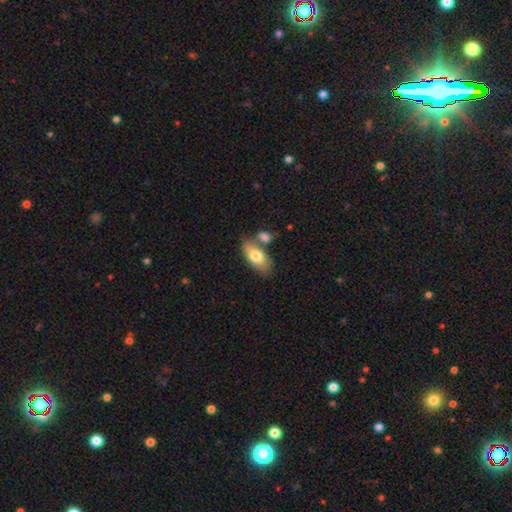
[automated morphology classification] type=smooth (74%); roundness=in between (89%); merging=none (54%).